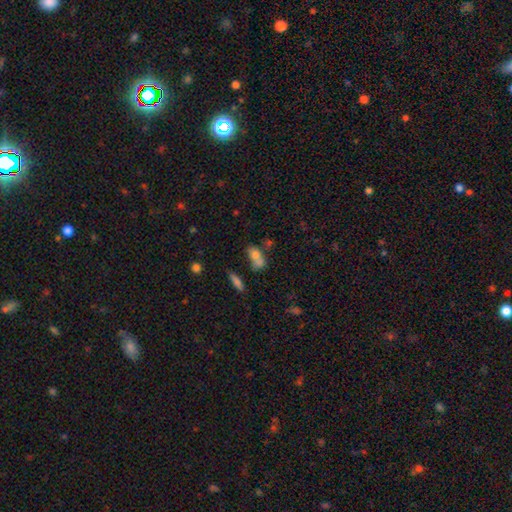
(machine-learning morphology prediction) This is likely a smooth galaxy (68%). How rounded: likely in between (69%). Merging: possibly merger (56%).